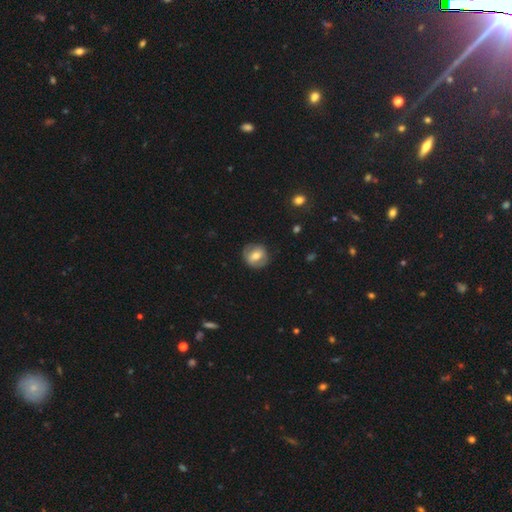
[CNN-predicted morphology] A smooth galaxy with no disk features (55%) that is round (78%).

Vote fractions:
- Smooth or featured? smooth: 55% / featured or disk: 37% / star or artifact: 7%
- How rounded? round: 78% / in between: 21% / cigar-shaped: 1%
- Merging? none: 80% / minor disturbance: 13% / major disturbance: 5% / merger: 1%